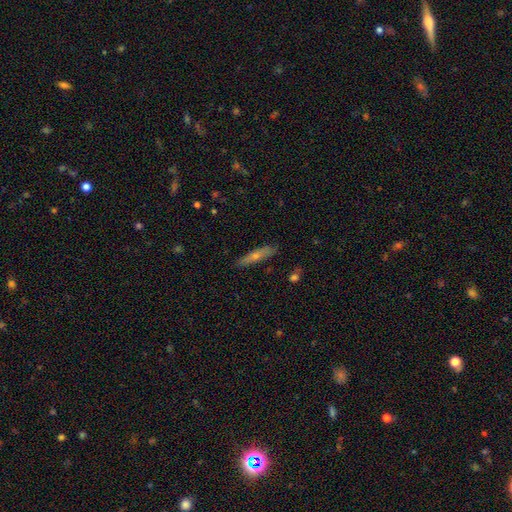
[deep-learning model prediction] Morphology: type=featured or disk (49%); merging=none (87%).